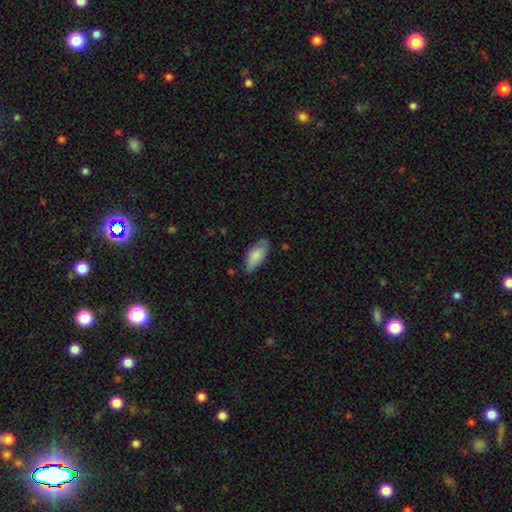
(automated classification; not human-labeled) smooth 82%, featured or disk 12%, star or artifact 6%. Down the decision tree: how rounded — in between (88%); merging — none (68%).